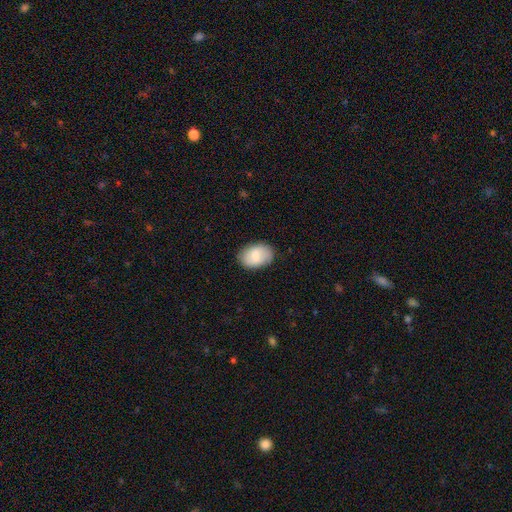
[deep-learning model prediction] Morphology: type=smooth (72%); roundness=in between (87%); merging=none (83%).